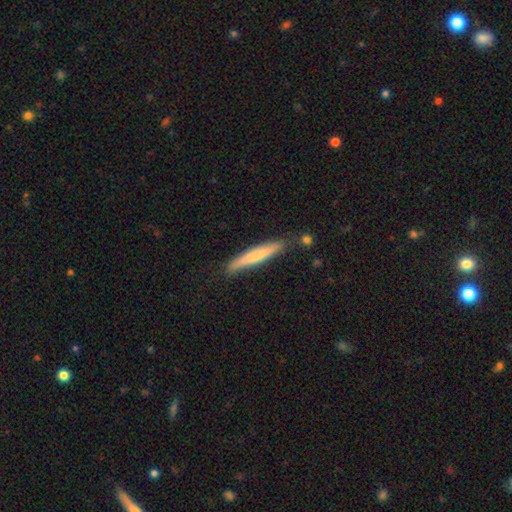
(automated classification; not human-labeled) Overall: smooth (67%; featured or disk 28%). How rounded: cigar-shaped (95%). Merging: none (77%).